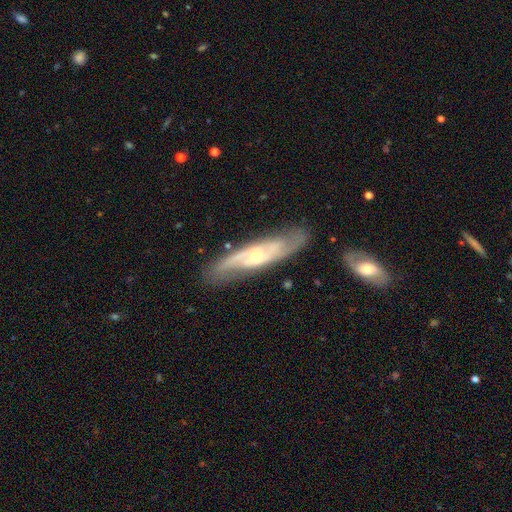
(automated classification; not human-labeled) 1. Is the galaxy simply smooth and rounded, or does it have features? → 82% featured or disk, 13% smooth, 6% star or artifact.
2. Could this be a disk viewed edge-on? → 75% no, 25% yes.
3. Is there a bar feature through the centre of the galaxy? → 57% no, 34% weak, 9% strong.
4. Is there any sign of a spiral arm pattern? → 94% yes, 6% no.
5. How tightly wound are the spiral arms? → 48% medium, 31% tight, 21% loose.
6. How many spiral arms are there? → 74% 2, 14% can't tell, 6% 3, 2% 1, 2% 4, 2% more than 4.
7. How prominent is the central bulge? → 56% small, 39% moderate, 2% large, 2% none, 1% dominant.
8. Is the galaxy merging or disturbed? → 79% none, 14% minor disturbance, 4% major disturbance, 3% merger.